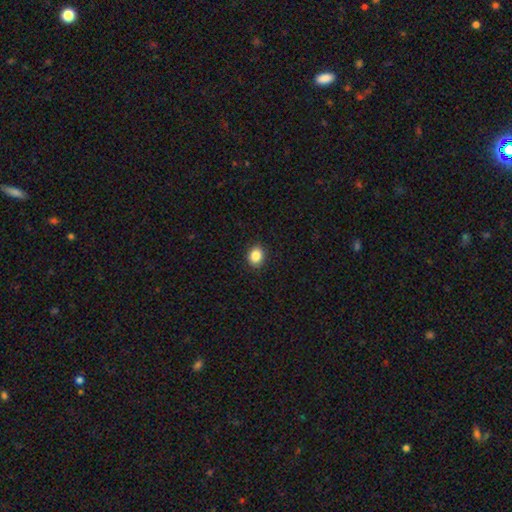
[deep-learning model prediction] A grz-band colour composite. It shows a smooth galaxy with no disk features (86%) that is in between round and cigar-shaped (50%). Merging: none (90%).